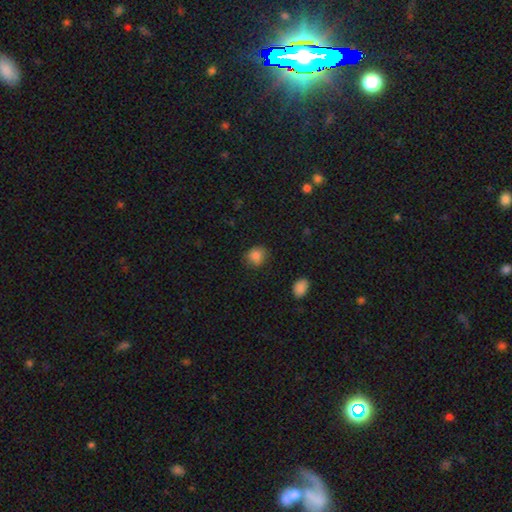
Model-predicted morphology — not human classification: Smooth or featured?
  - smooth: 85% *
  - star or artifact: 10%
  - featured or disk: 5%
How rounded?
  - round: 74% *
  - in between: 25%
  - cigar-shaped: 1%
Merging?
  - none: 79% *
  - minor disturbance: 16%
  - major disturbance: 3%
  - merger: 1%